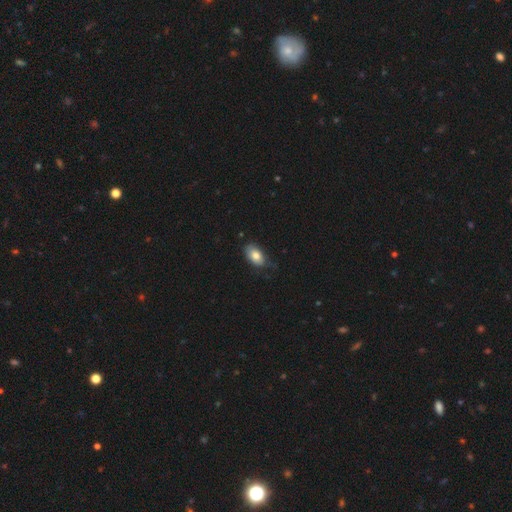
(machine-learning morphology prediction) Smooth or featured: smooth — 78% (featured or disk — 14%)
How rounded: in between — 91% (round — 7%)
Merging: none — 63% (minor disturbance — 28%)